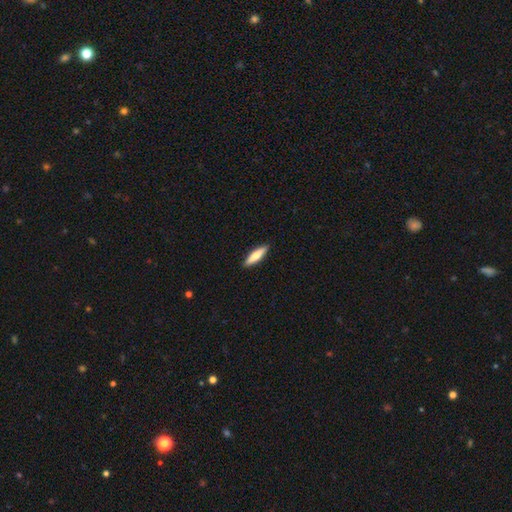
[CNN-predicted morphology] Q: Smooth or featured?
A: smooth (67%); runner-up: featured or disk (28%)
Q: How rounded?
A: cigar-shaped (71%); runner-up: in between (27%)
Q: Merging?
A: none (91%); runner-up: minor disturbance (6%)